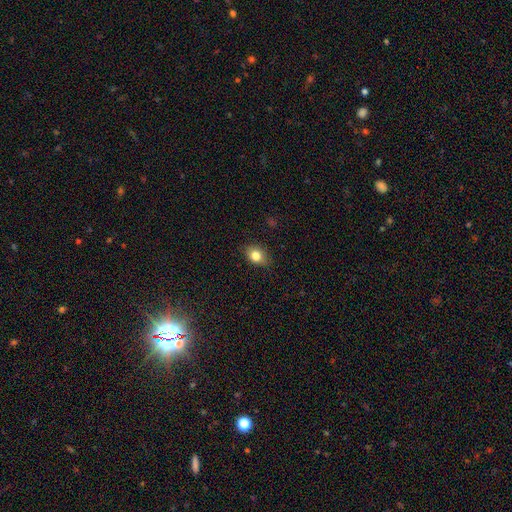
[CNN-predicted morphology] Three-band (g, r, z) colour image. It shows a smooth galaxy with no disk features (81%) that is in between round and cigar-shaped (67%). Merging: none (82%).